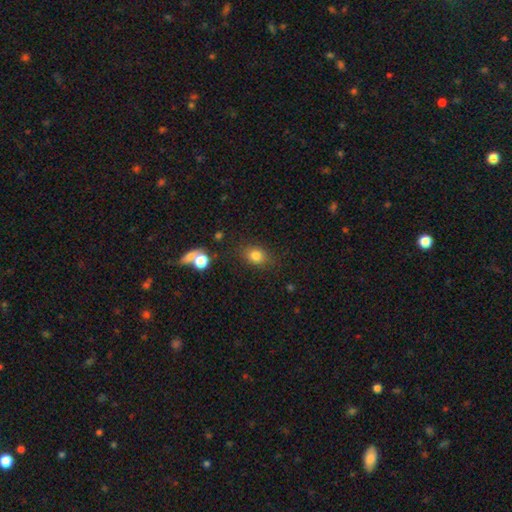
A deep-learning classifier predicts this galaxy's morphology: A smooth galaxy with no disk features (81%) that is in between round and cigar-shaped (55%). Merging: none (80%).